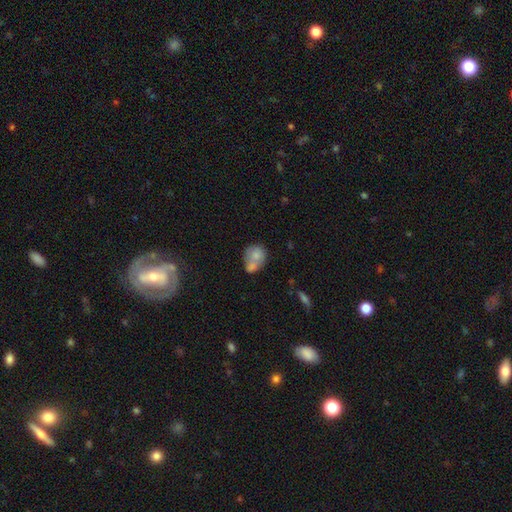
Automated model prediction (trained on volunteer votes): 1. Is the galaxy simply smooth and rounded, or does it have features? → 73% smooth, 19% featured or disk, 8% star or artifact.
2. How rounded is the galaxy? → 59% round, 40% in between, 1% cigar-shaped.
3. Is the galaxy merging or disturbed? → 51% merger, 29% none, 14% minor disturbance, 7% major disturbance.